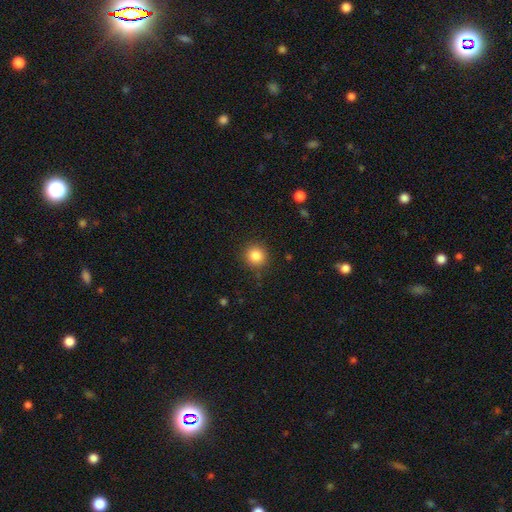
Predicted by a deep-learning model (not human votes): This appears to be a smooth galaxy with no disk features (84%) that is round (93%). Merging: none (89%).